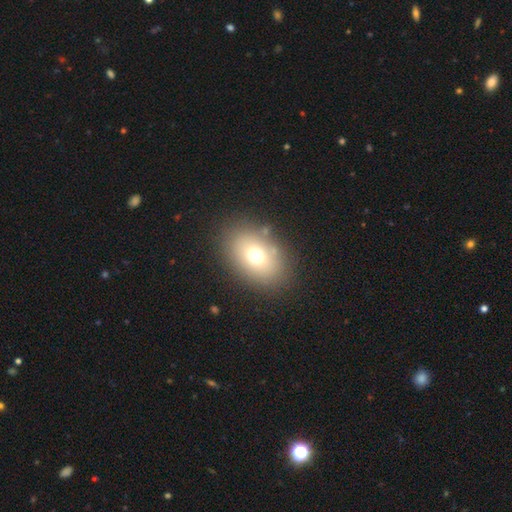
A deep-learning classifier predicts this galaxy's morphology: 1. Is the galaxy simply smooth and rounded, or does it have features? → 70% smooth, 16% featured or disk, 13% star or artifact.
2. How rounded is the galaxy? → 75% in between, 23% round, 1% cigar-shaped.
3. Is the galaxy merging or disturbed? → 84% none, 10% minor disturbance, 4% major disturbance, 2% merger.